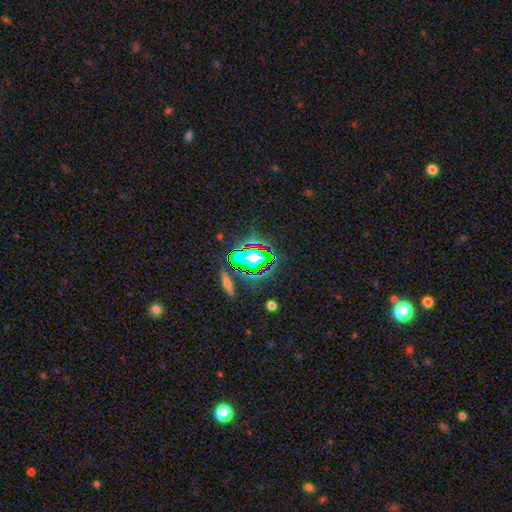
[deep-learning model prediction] smooth_or_featured: star or artifact (p=0.57) [alt: smooth p=0.26]